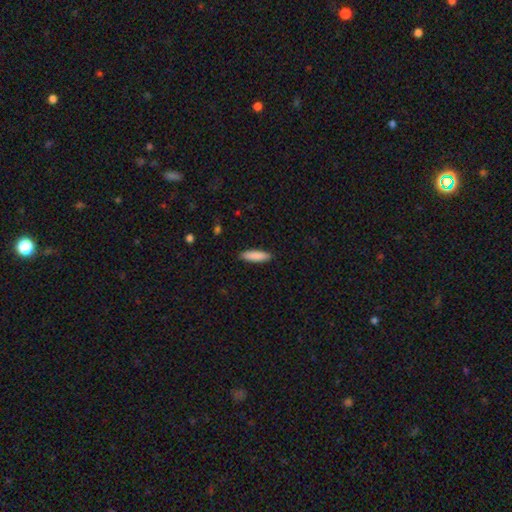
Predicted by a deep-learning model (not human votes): smooth_or_featured: smooth (p=0.88) [alt: featured or disk p=0.06]
how_rounded: cigar-shaped (p=0.66) [alt: in between p=0.32]
merging: none (p=0.90) [alt: minor disturbance p=0.07]